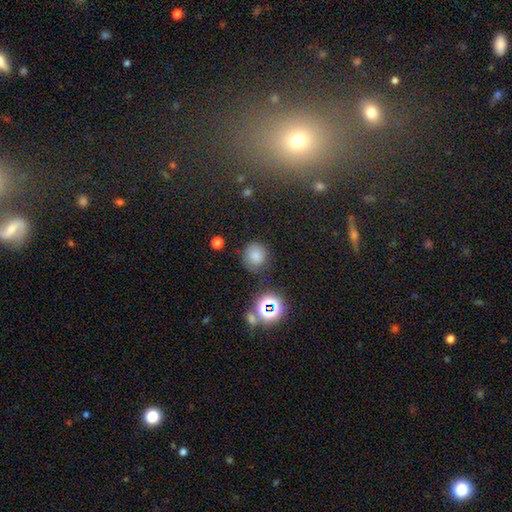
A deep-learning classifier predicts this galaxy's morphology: The model was most divided on "smooth or featured": smooth: 75%, star or artifact: 18%, featured or disk: 7%. More confident: how rounded — round (86%); merging — none (76%).